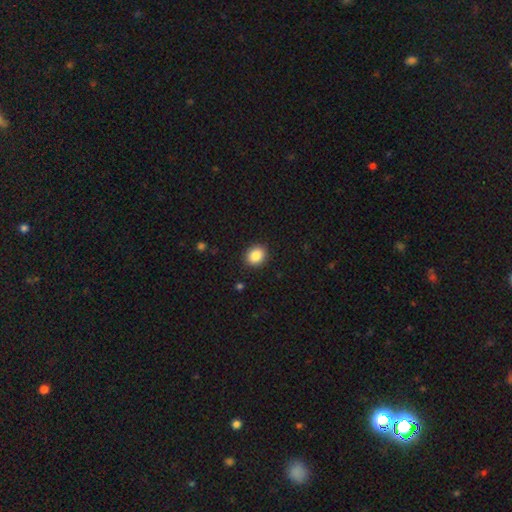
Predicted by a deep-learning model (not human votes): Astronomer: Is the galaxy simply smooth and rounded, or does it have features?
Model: smooth — 86%.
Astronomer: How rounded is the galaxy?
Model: round — 69%.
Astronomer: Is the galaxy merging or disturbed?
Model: none — 90%.